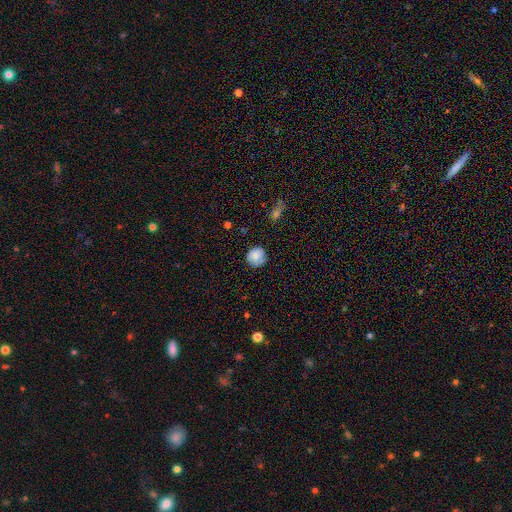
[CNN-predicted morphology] smooth-or-featured: smooth: 82% | featured or disk: 10% | star or artifact: 8%
  how-rounded: round: 92% | in between: 7% | cigar-shaped: 1%
  merging: none: 81% | minor disturbance: 15% | major disturbance: 3% | merger: 1%